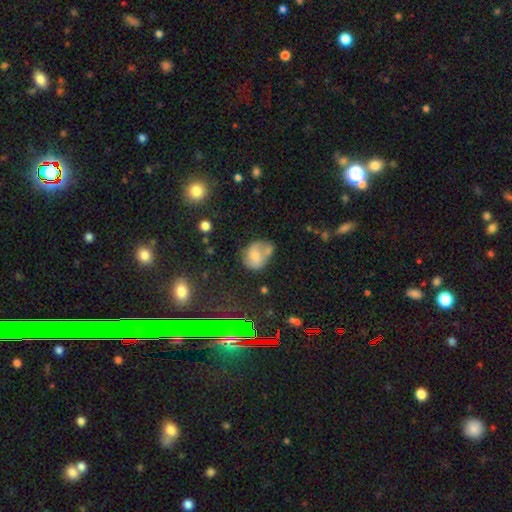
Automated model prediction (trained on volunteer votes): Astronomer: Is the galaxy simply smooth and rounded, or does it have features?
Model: smooth — 63%.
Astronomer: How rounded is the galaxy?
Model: in between — 53% (runner-up: round, 46%).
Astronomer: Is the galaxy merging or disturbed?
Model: merger — 36% (runner-up: none, 31%).